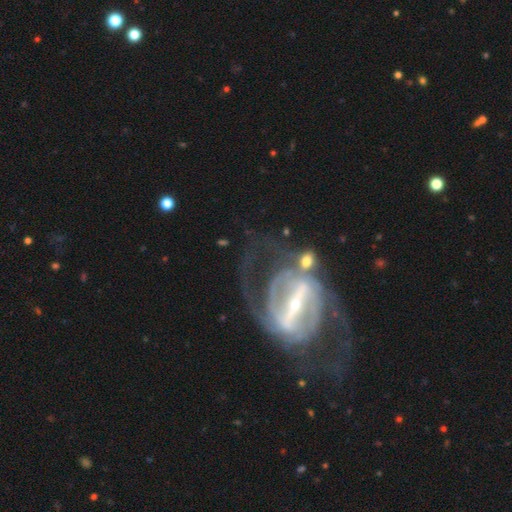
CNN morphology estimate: The model was most divided on "spiral winding": medium: 42%, tight: 38%, loose: 20%. More confident: edge-on disk — no (92%); smooth or featured — featured or disk (89%); spiral arms — yes (89%); bar — strong (83%); spiral arm count — 2 (69%); bulge size — small (65%); merging — none (57%).